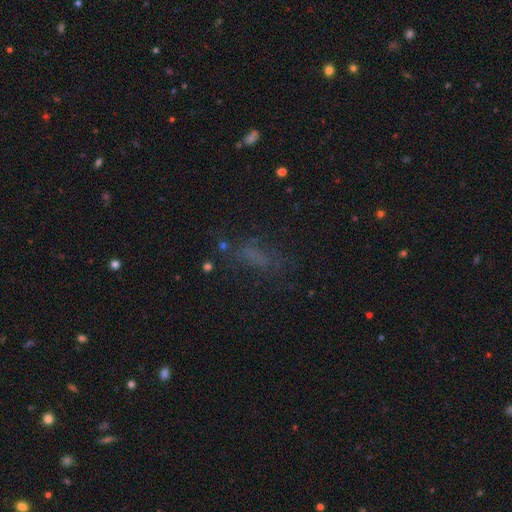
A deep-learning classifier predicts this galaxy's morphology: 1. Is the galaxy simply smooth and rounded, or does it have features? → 50% smooth, 27% star or artifact, 23% featured or disk.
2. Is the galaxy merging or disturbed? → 52% none, 24% major disturbance, 20% minor disturbance, 4% merger.